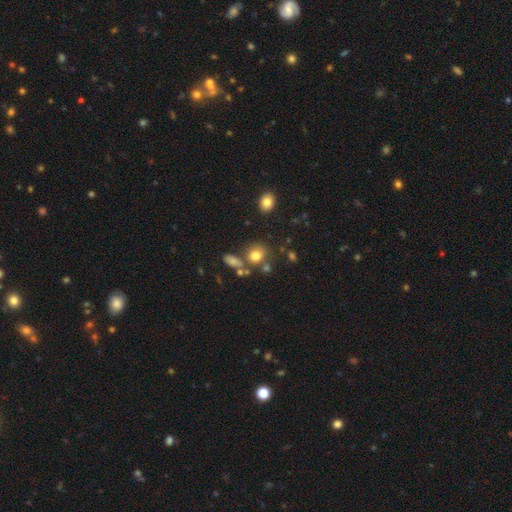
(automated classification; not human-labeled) Smooth or featured?
  - smooth: 77% *
  - star or artifact: 13%
  - featured or disk: 10%
How rounded?
  - round: 67% *
  - in between: 31%
  - cigar-shaped: 1%
Merging?
  - none: 64% *
  - merger: 16%
  - minor disturbance: 14%
  - major disturbance: 6%